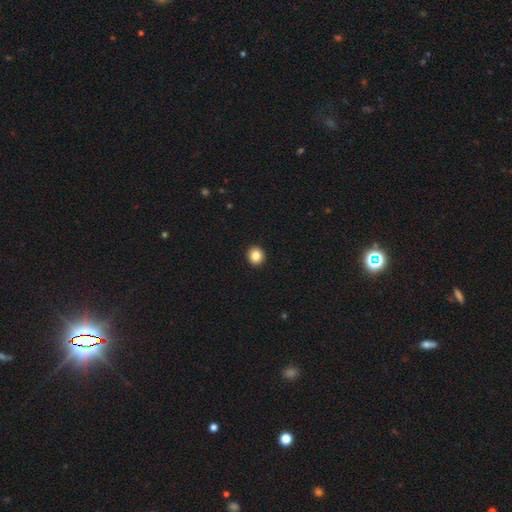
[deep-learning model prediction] Smooth or featured?
  - smooth: 85% *
  - star or artifact: 9%
  - featured or disk: 5%
How rounded?
  - round: 88% *
  - in between: 11%
  - cigar-shaped: 1%
Merging?
  - none: 94% *
  - minor disturbance: 4%
  - major disturbance: 1%
  - merger: 1%